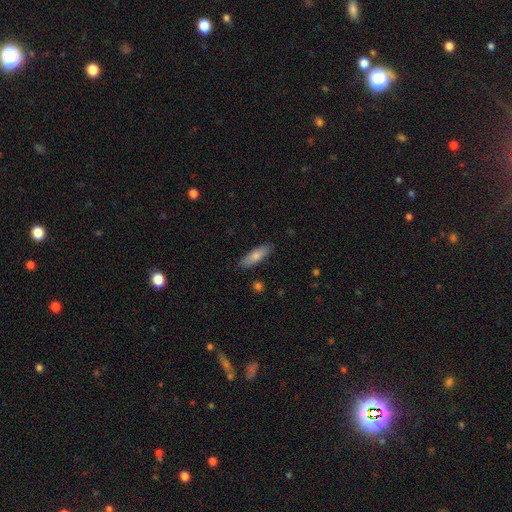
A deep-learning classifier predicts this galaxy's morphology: The model was most divided on "how rounded" (2-way tie): cigar-shaped: 49%, in between: 49%, round: 2%. More confident: merging — none (86%); smooth or featured — smooth (75%).